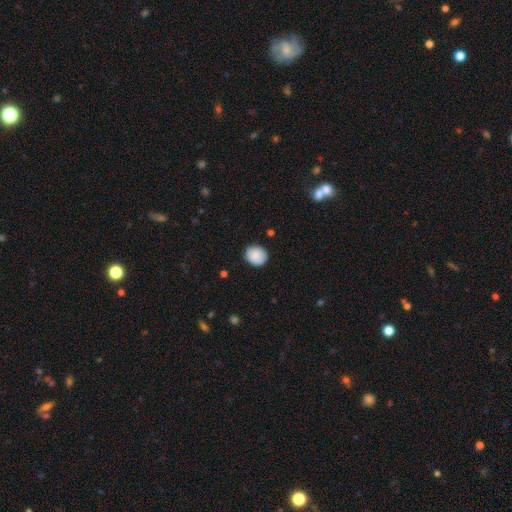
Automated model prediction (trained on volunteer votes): Overall: smooth (87%). How rounded: round (73%). Merging: none (86%).